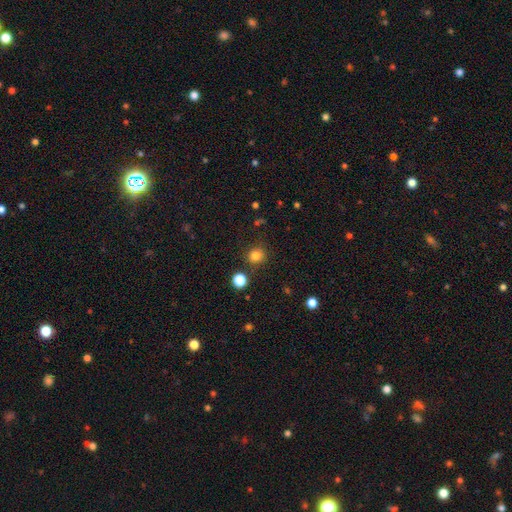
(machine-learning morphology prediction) smooth_or_featured: smooth (p=0.81) [alt: star or artifact p=0.14]
how_rounded: round (p=0.88) [alt: in between p=0.11]
merging: none (p=0.86) [alt: minor disturbance p=0.08]